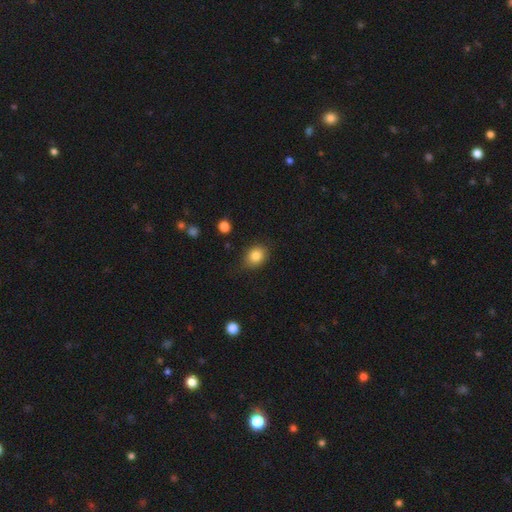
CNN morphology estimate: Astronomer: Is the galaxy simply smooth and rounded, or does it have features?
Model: smooth — 84%.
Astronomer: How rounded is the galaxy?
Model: round — 51% (runner-up: in between, 48%).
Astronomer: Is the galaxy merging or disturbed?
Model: none — 75%.